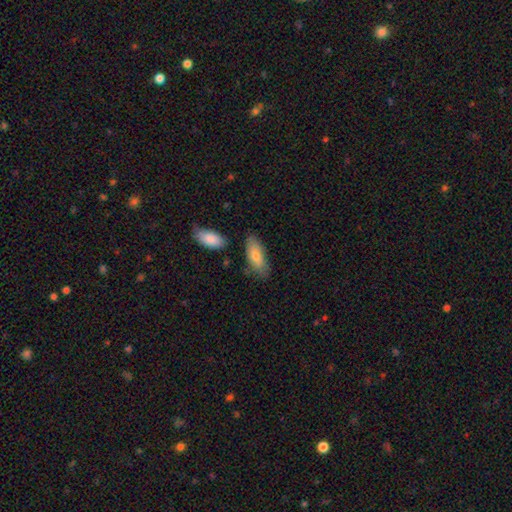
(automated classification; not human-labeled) Q: Smooth or featured?
A: smooth (77%); runner-up: featured or disk (17%)
Q: How rounded?
A: in between (78%); runner-up: cigar-shaped (20%)
Q: Merging?
A: none (71%); runner-up: minor disturbance (19%)